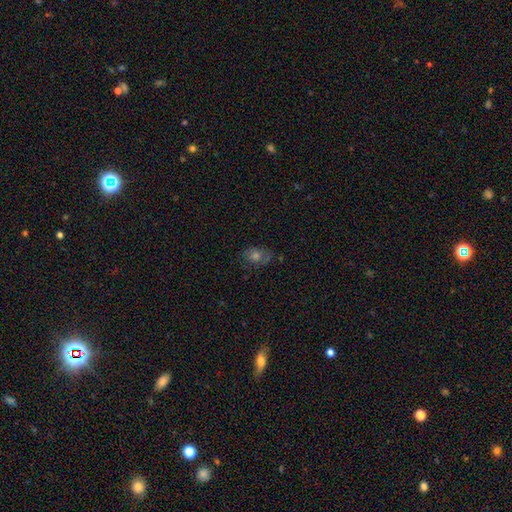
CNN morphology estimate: A smooth galaxy with no disk features (50%) that is in between round and cigar-shaped (64%). Merging: none (70%).